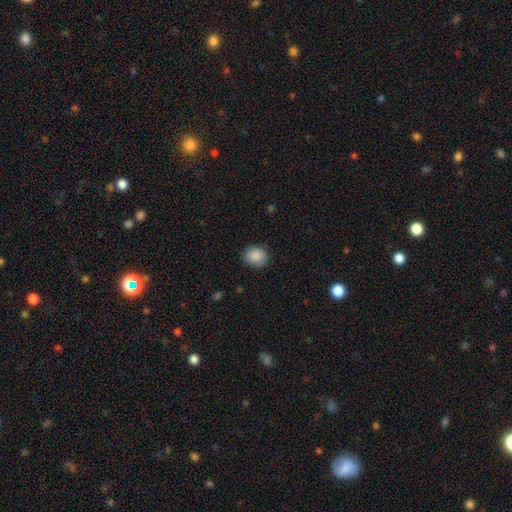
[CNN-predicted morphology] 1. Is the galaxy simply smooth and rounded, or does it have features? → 88% smooth, 8% star or artifact, 4% featured or disk.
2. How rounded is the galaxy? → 65% round, 34% in between, 1% cigar-shaped.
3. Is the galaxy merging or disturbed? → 87% none, 10% minor disturbance, 2% major disturbance, 1% merger.